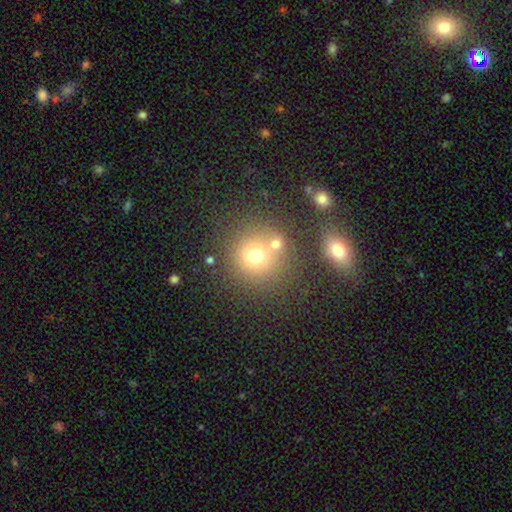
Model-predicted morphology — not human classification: Smooth or featured? smooth (71%)
How rounded? round (88%)
Merging? none (62%)